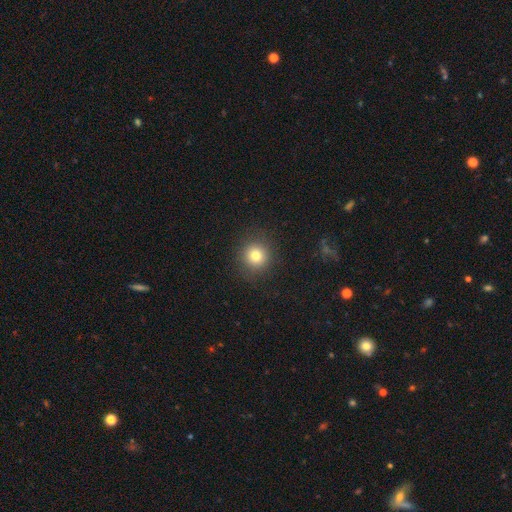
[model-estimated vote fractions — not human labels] Smooth or featured? smooth (78%)
How rounded? round (92%)
Merging? none (89%)